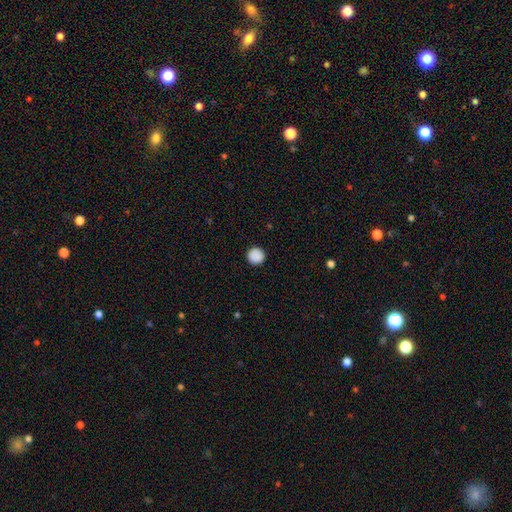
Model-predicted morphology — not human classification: Q: Smooth or featured?
A: smooth (89%); runner-up: star or artifact (8%)
Q: How rounded?
A: round (95%); runner-up: in between (4%)
Q: Merging?
A: none (91%); runner-up: minor disturbance (6%)